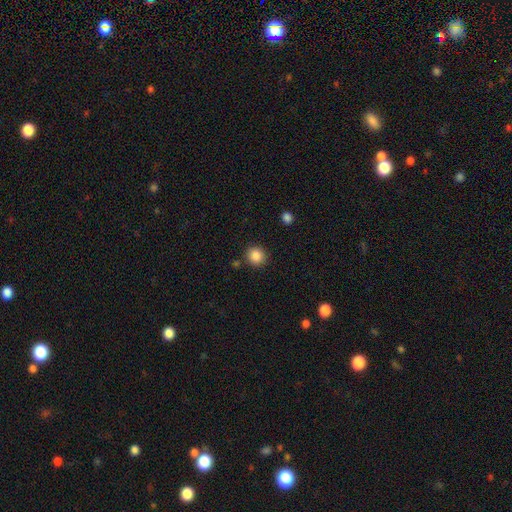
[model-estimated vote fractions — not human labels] This is clearly a smooth galaxy (87%). How rounded: clearly round (89%). Merging: clearly none (87%).